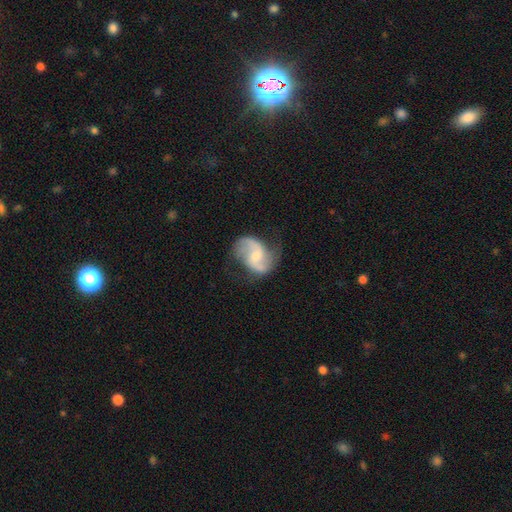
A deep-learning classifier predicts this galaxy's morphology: type=featured or disk (84%); edge-on=no (98%); bar=weak (47%); spiral arms=yes (96%); winding=loose (52%); arm count=2 (92%); bulge=moderate (48%); merging=none (69%).